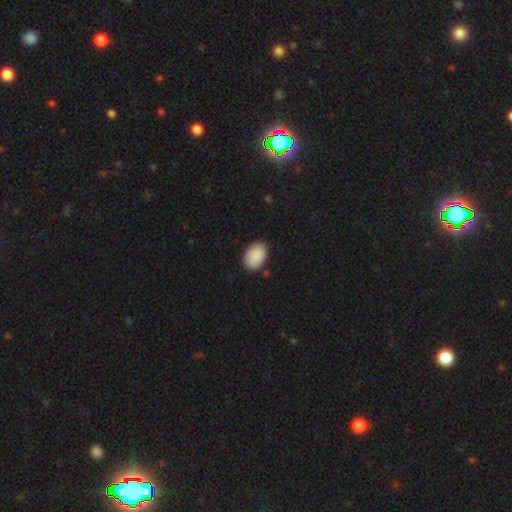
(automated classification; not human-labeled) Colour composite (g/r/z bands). It shows a smooth galaxy with no disk features (90%) that is in between round and cigar-shaped (88%). Merging: none (86%).